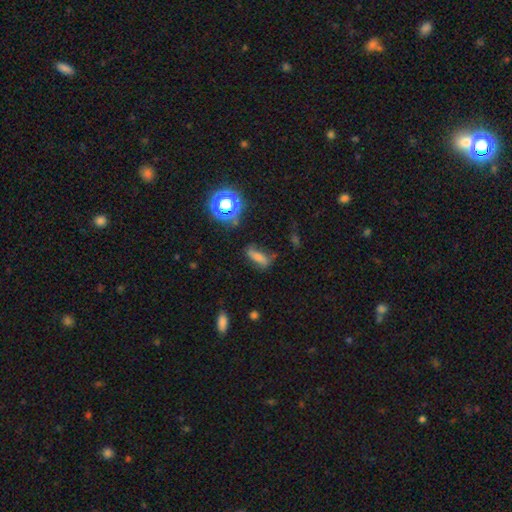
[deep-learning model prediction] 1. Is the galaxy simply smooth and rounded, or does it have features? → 57% smooth, 23% star or artifact, 21% featured or disk.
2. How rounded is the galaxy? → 50% in between, 39% cigar-shaped, 10% round.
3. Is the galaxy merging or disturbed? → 58% none, 25% minor disturbance, 13% major disturbance, 5% merger.